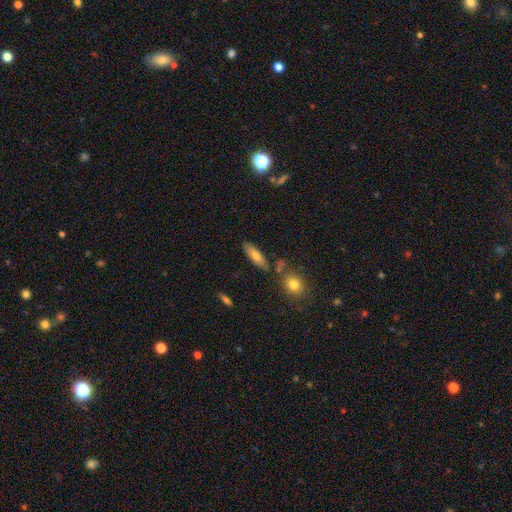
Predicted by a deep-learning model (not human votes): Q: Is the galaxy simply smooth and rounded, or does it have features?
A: smooth — 76%.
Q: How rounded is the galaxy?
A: in between — 55%.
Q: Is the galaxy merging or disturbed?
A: none — 75%.